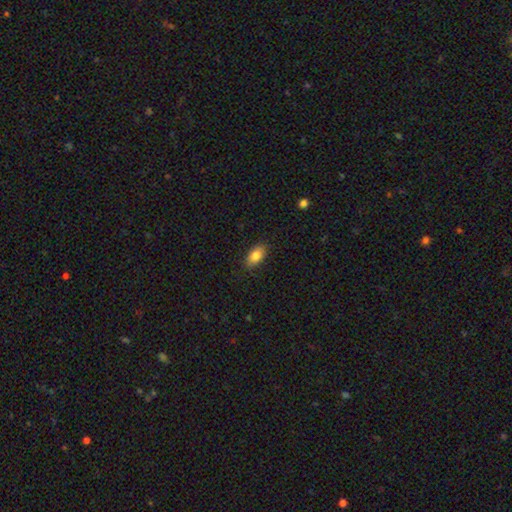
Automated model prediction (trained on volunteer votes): A smooth galaxy with no disk features (84%) that is in between round and cigar-shaped (91%). Merging: none (86%).